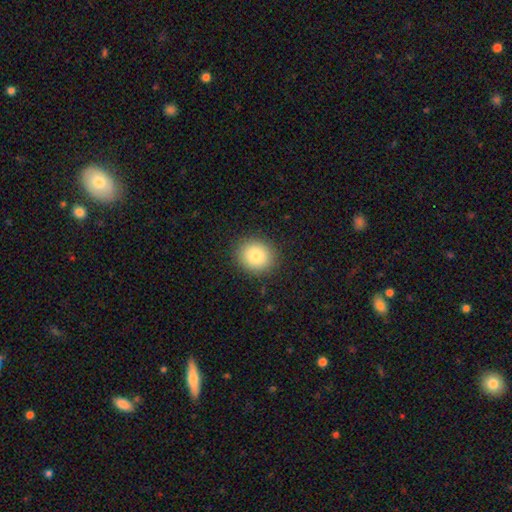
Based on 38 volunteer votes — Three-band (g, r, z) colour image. It shows a smooth galaxy with no disk features (87%) that is round (85%). Merging: none (94%).